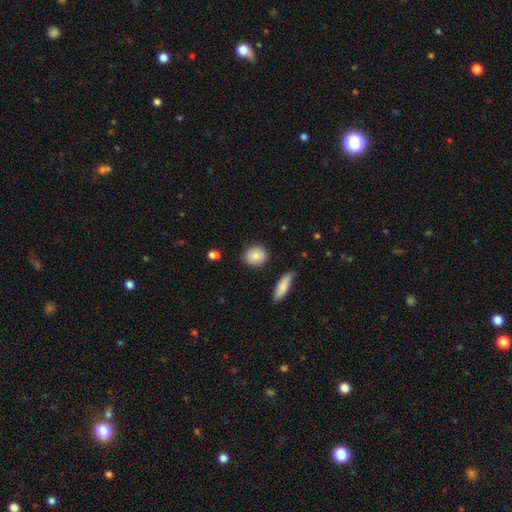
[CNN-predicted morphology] The model was most divided on "how rounded": round: 56%, in between: 42%, cigar-shaped: 2%. More confident: merging — none (87%); smooth or featured — smooth (87%).